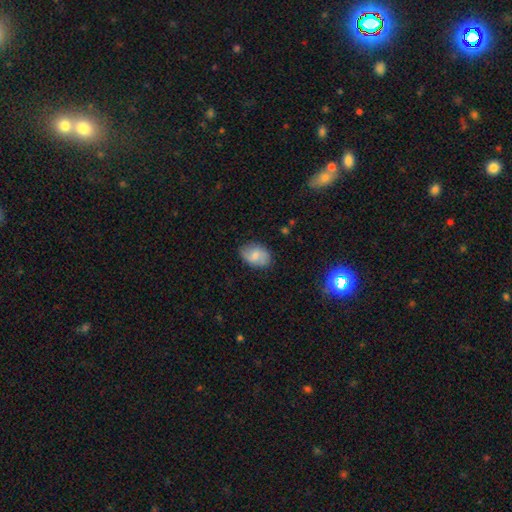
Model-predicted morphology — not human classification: Smooth or featured: smooth — 63% (featured or disk — 30%)
How rounded: in between — 83% (round — 16%)
Merging: none — 79% (minor disturbance — 16%)